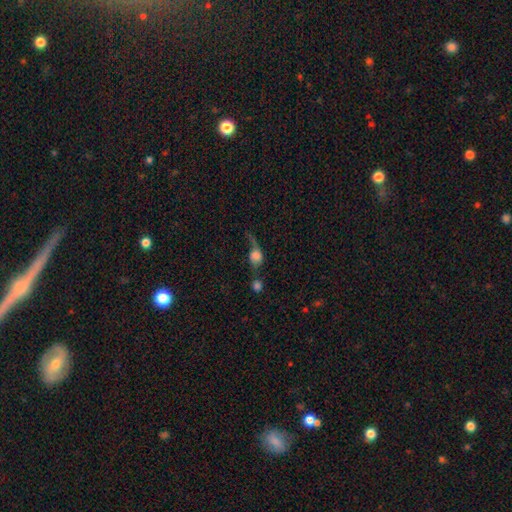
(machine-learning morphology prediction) The model was most divided on "merging": merger: 33%, major disturbance: 31%, none: 20%, minor disturbance: 15%. More confident: smooth or featured — smooth (62%); how rounded — round (52%).